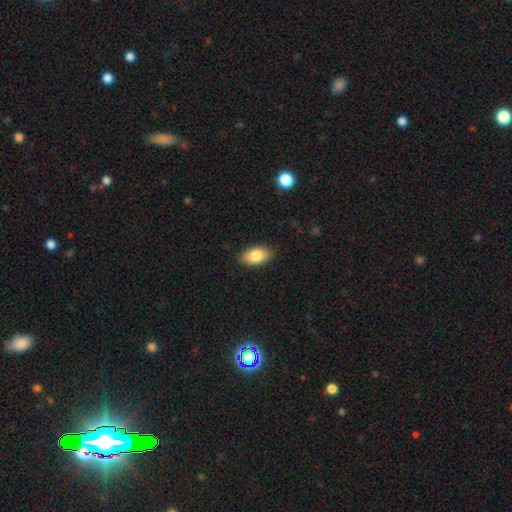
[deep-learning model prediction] smooth-or-featured: smooth: 83% | featured or disk: 10% | star or artifact: 7%
  how-rounded: in between: 93% | round: 4% | cigar-shaped: 2%
  merging: none: 88% | minor disturbance: 9% | major disturbance: 2% | merger: 1%